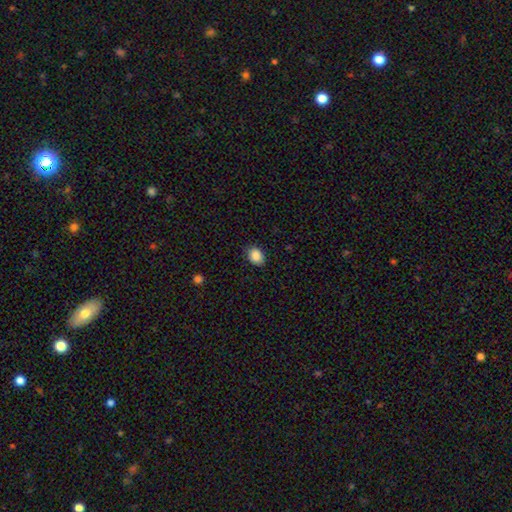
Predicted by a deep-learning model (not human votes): smooth_or_featured: smooth (p=0.88) [alt: star or artifact p=0.08]
how_rounded: in between (p=0.65) [alt: round p=0.34]
merging: none (p=0.85) [alt: minor disturbance p=0.12]